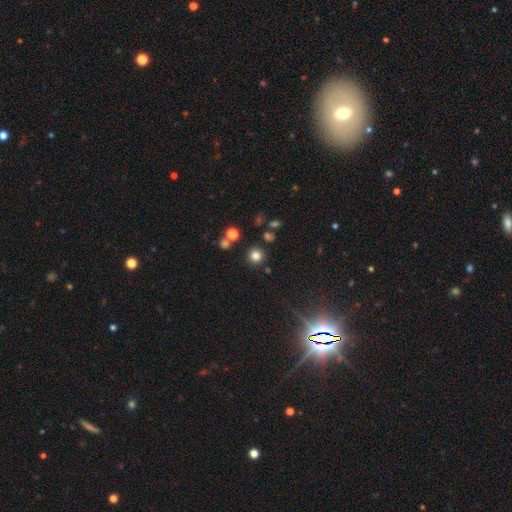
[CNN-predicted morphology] smooth_or_featured: smooth (p=0.79) [alt: star or artifact p=0.16]
how_rounded: round (p=0.94) [alt: in between p=0.05]
merging: none (p=0.86) [alt: minor disturbance p=0.07]